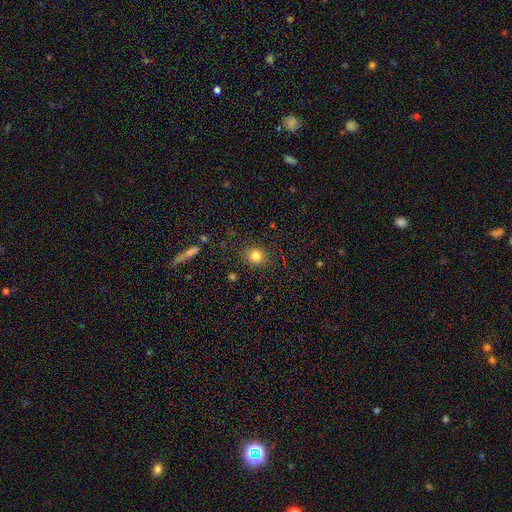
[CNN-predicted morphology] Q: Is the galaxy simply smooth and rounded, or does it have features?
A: smooth — 80%.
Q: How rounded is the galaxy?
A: round — 80%.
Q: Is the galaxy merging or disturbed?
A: none — 87%.